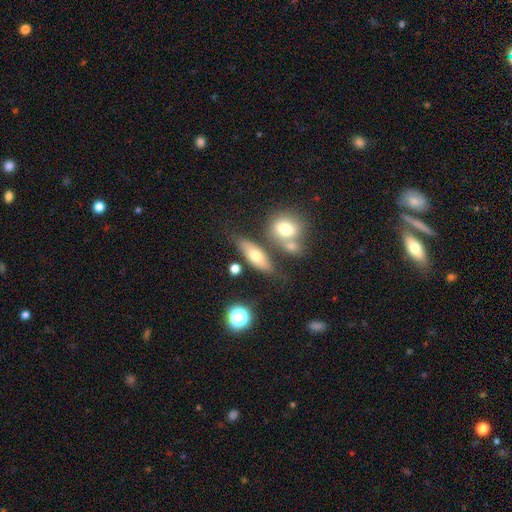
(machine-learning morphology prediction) A smooth galaxy with no disk features (62%) that is in between round and cigar-shaped (65%).

Vote fractions:
- Smooth or featured? smooth: 62% / featured or disk: 29% / star or artifact: 9%
- How rounded? in between: 65% / cigar-shaped: 28% / round: 7%
- Merging? none: 63% / merger: 18% / minor disturbance: 14% / major disturbance: 5%